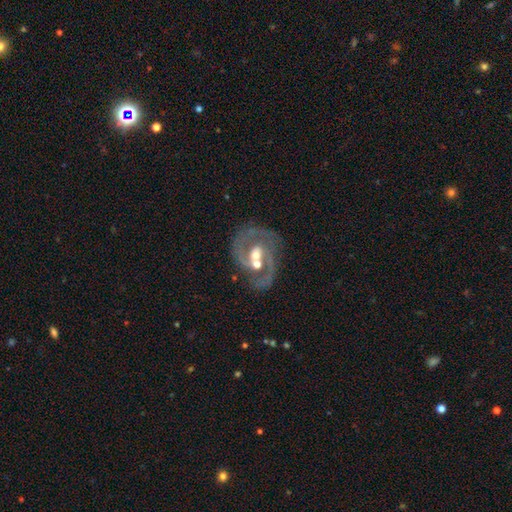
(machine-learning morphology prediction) Q: Smooth or featured?
A: featured or disk (82%); runner-up: smooth (12%)
Q: Edge-on disk?
A: no (98%); runner-up: yes (2%)
Q: Bar?
A: no (51%); runner-up: weak (36%)
Q: Spiral arms?
A: yes (86%); runner-up: no (14%)
Q: Spiral winding?
A: medium (50%); runner-up: tight (32%)
Q: Spiral arm count?
A: 2 (72%); runner-up: 1 (13%)
Q: Bulge size?
A: moderate (69%); runner-up: small (19%)
Q: Merging?
A: none (46%); runner-up: merger (29%)